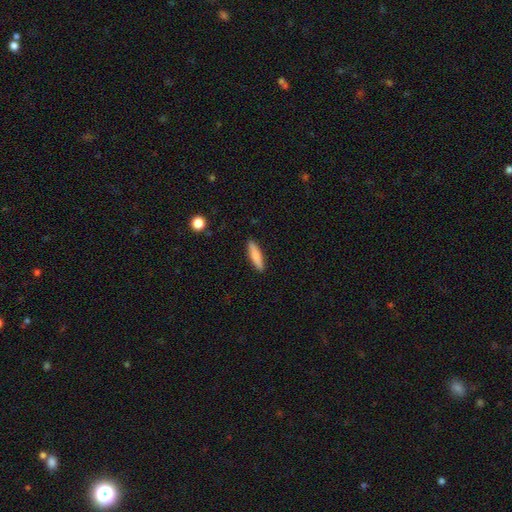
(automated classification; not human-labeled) Smooth or featured?
  - smooth: 78% *
  - featured or disk: 16%
  - star or artifact: 6%
How rounded?
  - cigar-shaped: 79% *
  - in between: 19%
  - round: 2%
Merging?
  - none: 90% *
  - minor disturbance: 7%
  - major disturbance: 2%
  - merger: 1%